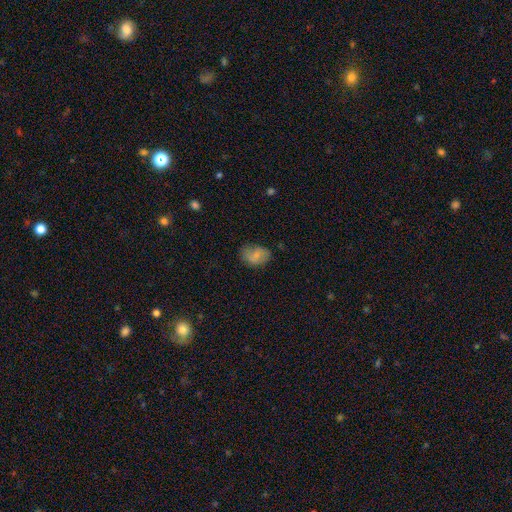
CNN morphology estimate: Overall: smooth (74%). How rounded: in between (79%). Merging: none (62%; minor disturbance 27%).